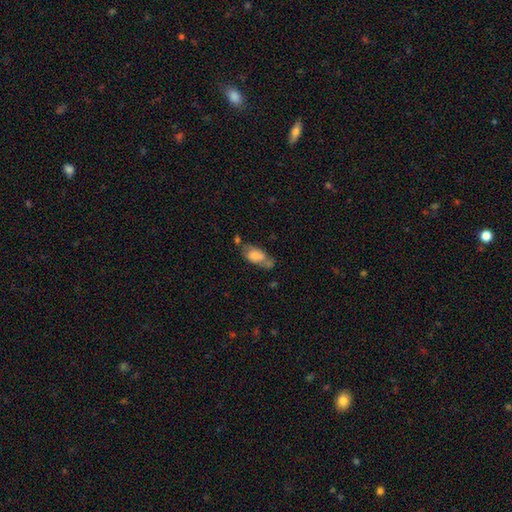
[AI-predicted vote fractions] The model was most divided on "merging": none: 39%, minor disturbance: 27%, merger: 19%, major disturbance: 15%. More confident: how rounded — in between (86%); smooth or featured — smooth (67%).